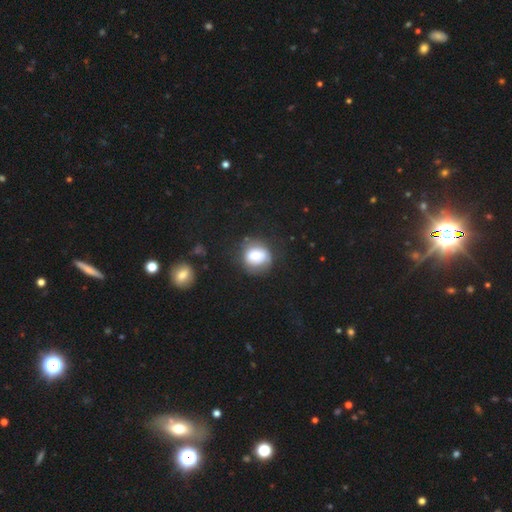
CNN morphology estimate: Q: Smooth or featured?
A: smooth (63%); runner-up: featured or disk (27%)
Q: How rounded?
A: round (79%); runner-up: in between (20%)
Q: Merging?
A: none (65%); runner-up: minor disturbance (22%)